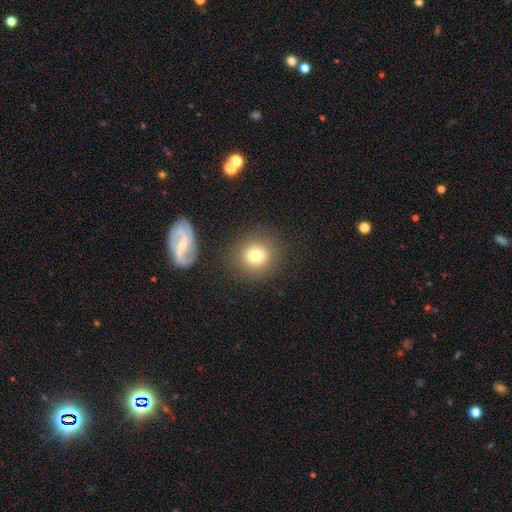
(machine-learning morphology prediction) smooth 77%, star or artifact 11%, featured or disk 11%. Down the decision tree: how rounded — round (87%); merging — none (82%).